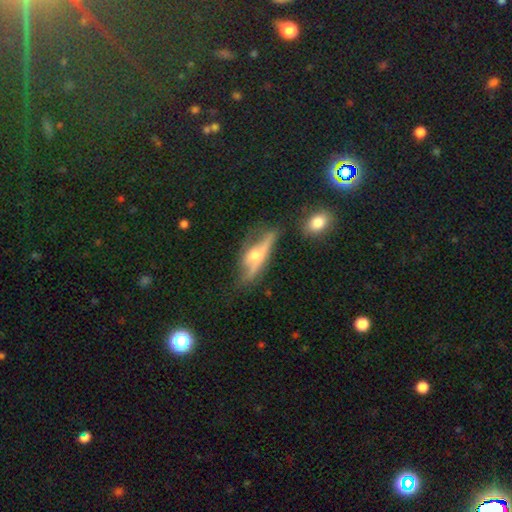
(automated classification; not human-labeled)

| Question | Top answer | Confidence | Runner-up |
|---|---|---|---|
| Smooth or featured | featured or disk | 66% | smooth (26%) |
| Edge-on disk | yes | 71% | no (29%) |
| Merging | none | 47% | minor disturbance (27%) |